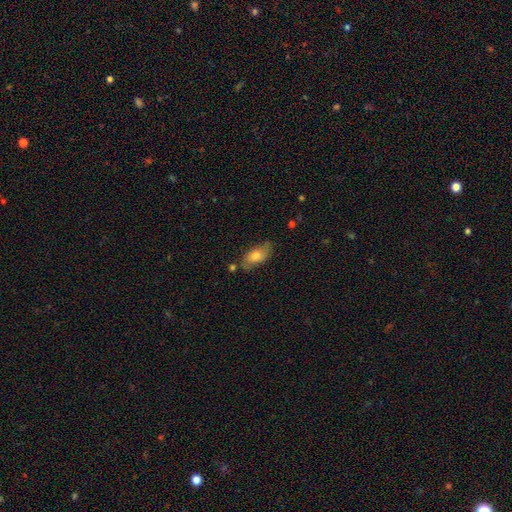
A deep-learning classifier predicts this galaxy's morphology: smooth_or_featured: smooth (p=0.69) [alt: featured or disk p=0.23]
how_rounded: in between (p=0.86) [alt: cigar-shaped p=0.09]
merging: none (p=0.66) [alt: minor disturbance p=0.22]